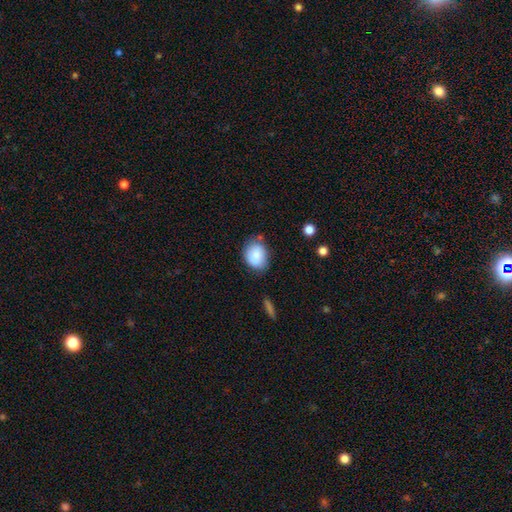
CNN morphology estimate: Smooth or featured? smooth (85%)
How rounded? in between (57%)
Merging? none (67%)